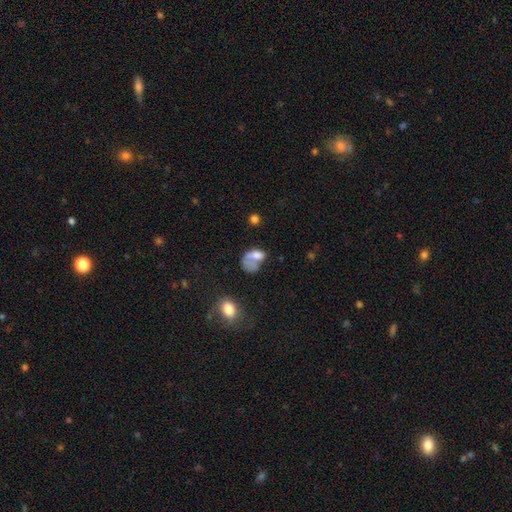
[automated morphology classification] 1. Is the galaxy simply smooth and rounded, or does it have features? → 64% smooth, 24% featured or disk, 12% star or artifact.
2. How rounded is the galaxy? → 70% in between, 28% round, 2% cigar-shaped.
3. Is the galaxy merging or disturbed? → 35% major disturbance, 30% merger, 20% none, 15% minor disturbance.